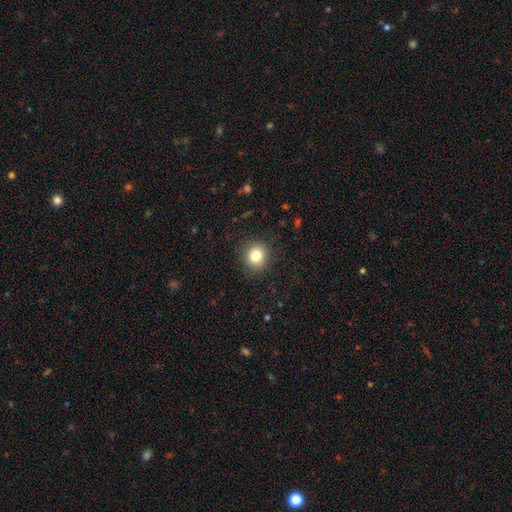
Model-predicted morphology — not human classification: smooth_or_featured: smooth (p=0.81) [alt: star or artifact p=0.11]
how_rounded: round (p=0.83) [alt: in between p=0.16]
merging: none (p=0.89) [alt: minor disturbance p=0.07]